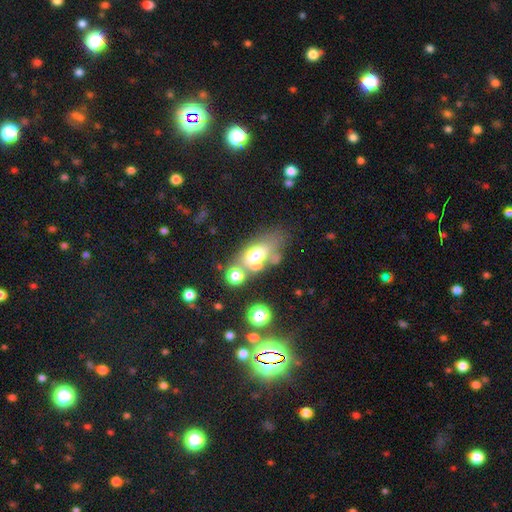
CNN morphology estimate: A smooth galaxy with no disk features (53%) that is in between round and cigar-shaped (75%). Merging: none (43%).